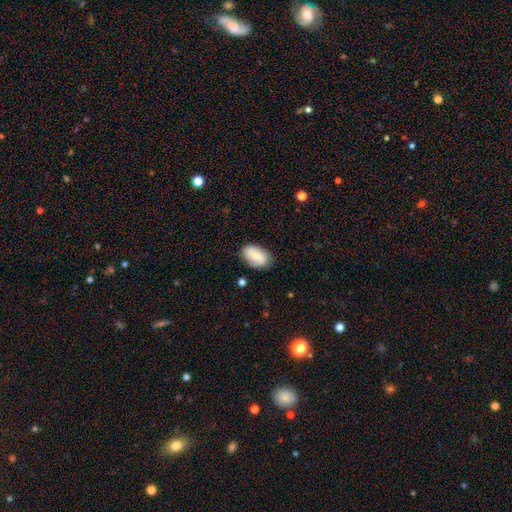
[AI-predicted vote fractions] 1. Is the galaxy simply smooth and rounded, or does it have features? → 75% smooth, 18% featured or disk, 7% star or artifact.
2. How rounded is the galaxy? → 92% in between, 6% round, 2% cigar-shaped.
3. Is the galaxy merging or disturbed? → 77% none, 17% minor disturbance, 4% major disturbance, 2% merger.